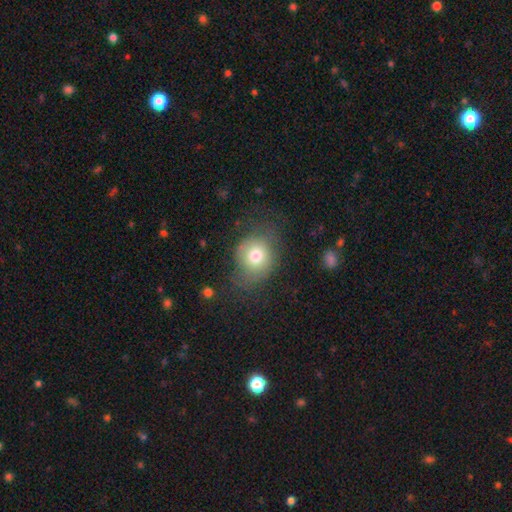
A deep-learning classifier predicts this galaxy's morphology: smooth_or_featured: smooth (p=0.72) [alt: featured or disk p=0.18]
how_rounded: round (p=0.64) [alt: in between p=0.35]
merging: none (p=0.54) [alt: minor disturbance p=0.26]